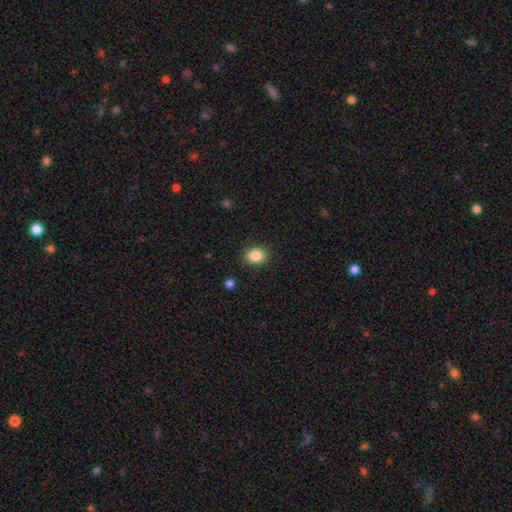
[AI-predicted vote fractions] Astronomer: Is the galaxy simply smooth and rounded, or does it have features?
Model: smooth — 86%.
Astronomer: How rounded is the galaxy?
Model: round — 60% (runner-up: in between, 39%).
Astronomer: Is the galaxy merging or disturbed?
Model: none — 88%.